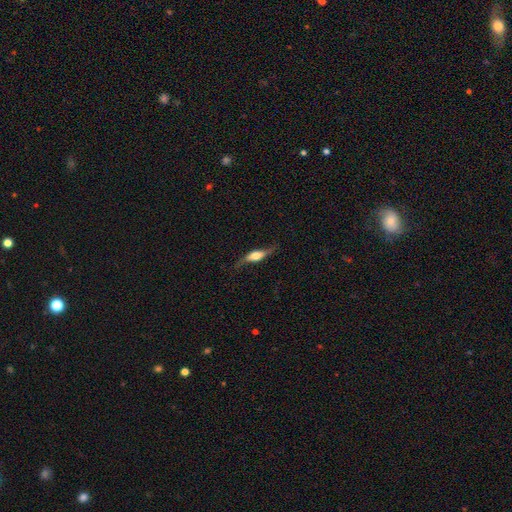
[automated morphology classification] Overall: featured or disk (60%; smooth 34%). Edge-on disk: yes (71%). Merging: none (67%).